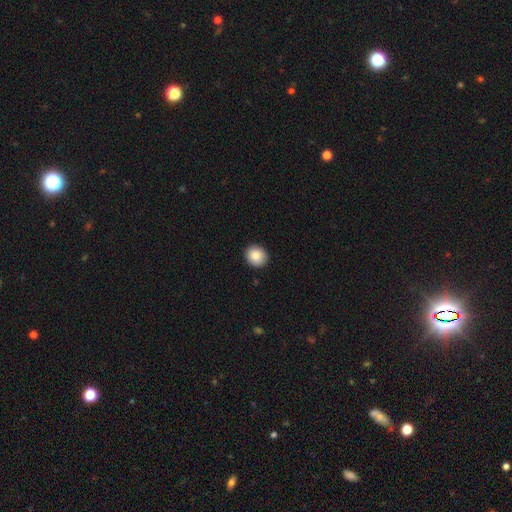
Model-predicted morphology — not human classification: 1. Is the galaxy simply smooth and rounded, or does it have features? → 87% smooth, 8% star or artifact, 5% featured or disk.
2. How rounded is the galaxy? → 82% round, 18% in between, 1% cigar-shaped.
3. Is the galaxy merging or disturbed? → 91% none, 6% minor disturbance, 2% major disturbance, 1% merger.